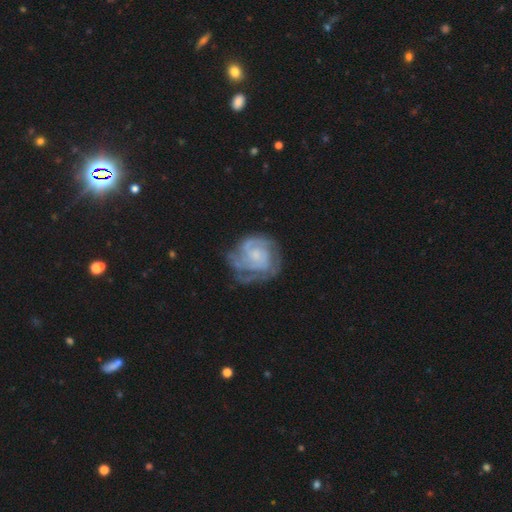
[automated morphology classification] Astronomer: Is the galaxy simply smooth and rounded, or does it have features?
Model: featured or disk — 84%.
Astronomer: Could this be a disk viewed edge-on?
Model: no — 98%.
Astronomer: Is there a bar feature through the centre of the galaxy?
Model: no — 69%.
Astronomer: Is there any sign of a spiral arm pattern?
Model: yes — 95%.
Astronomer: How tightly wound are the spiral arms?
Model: tight — 63%.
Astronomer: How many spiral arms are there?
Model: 2 — 28% (runner-up: 3, 26%).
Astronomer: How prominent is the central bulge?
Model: small — 47% (runner-up: moderate, 25%).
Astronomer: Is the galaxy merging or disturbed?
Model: none — 62%.